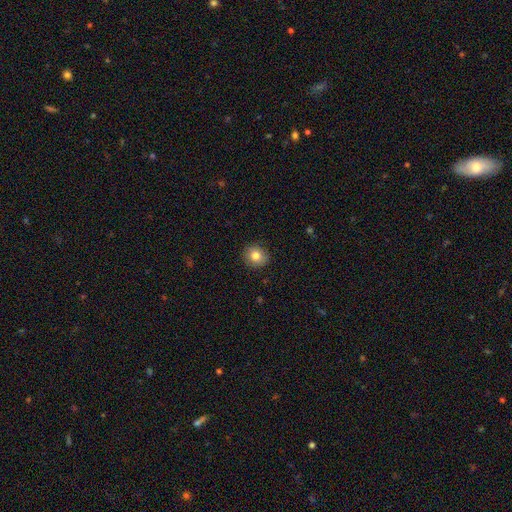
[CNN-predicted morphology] This is clearly a smooth galaxy (82%). How rounded: clearly round (85%). Merging: clearly none (90%).